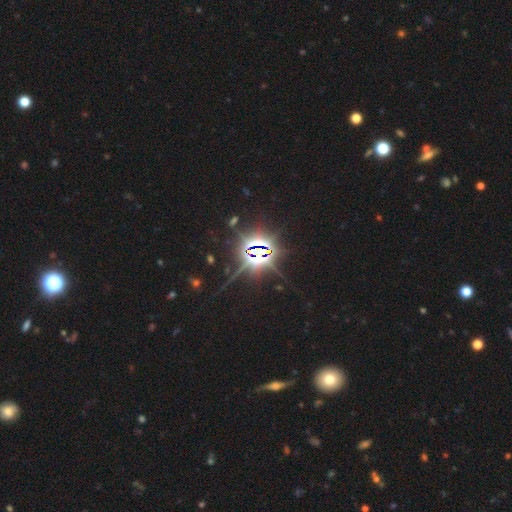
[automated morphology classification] This is clearly a star or artifact rather than a galaxy (85%).